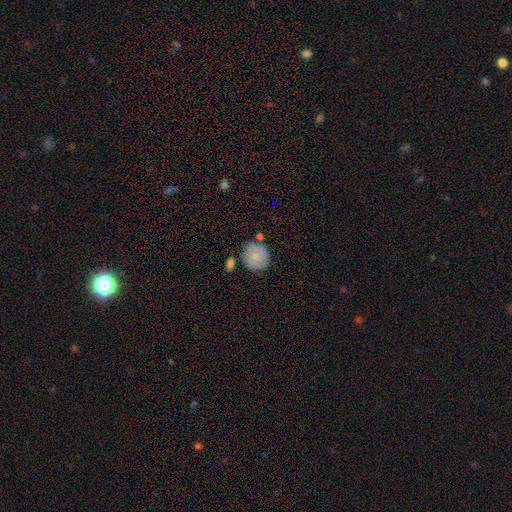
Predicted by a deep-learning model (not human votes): Morphology: type=smooth (77%); roundness=round (87%); merging=none (71%).